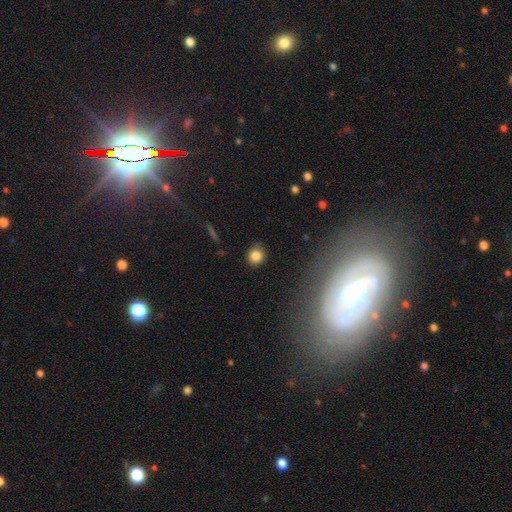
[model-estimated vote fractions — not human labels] A smooth galaxy with no disk features (83%) that is round (74%). Merging: none (83%).